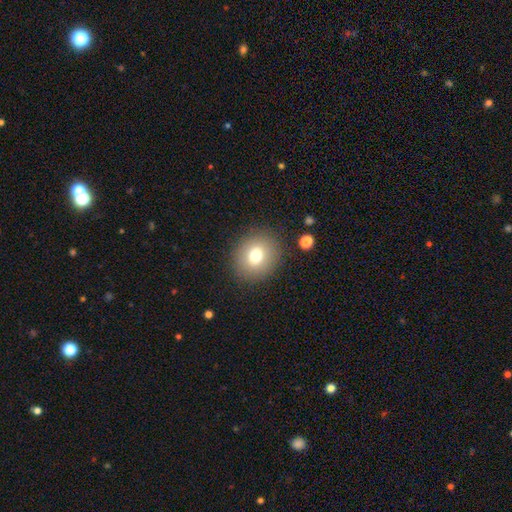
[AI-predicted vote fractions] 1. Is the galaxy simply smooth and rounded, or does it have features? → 74% smooth, 14% featured or disk, 12% star or artifact.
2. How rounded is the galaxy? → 74% round, 25% in between, 1% cigar-shaped.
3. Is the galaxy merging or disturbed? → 87% none, 8% minor disturbance, 3% major disturbance, 2% merger.